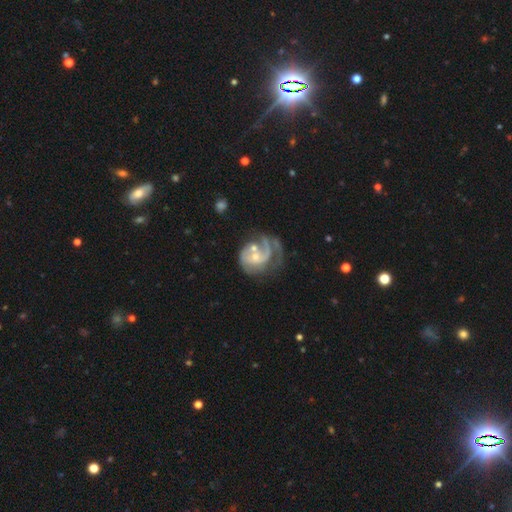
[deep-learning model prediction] featured or disk 81%, smooth 13%, star or artifact 6%. Down the decision tree: edge-on disk — no (98%); bar — no (67%); spiral arms — yes (88%); spiral arm count — 1 (44%); spiral winding — medium (40%); bulge size — small (54%); merging — major disturbance (32%).